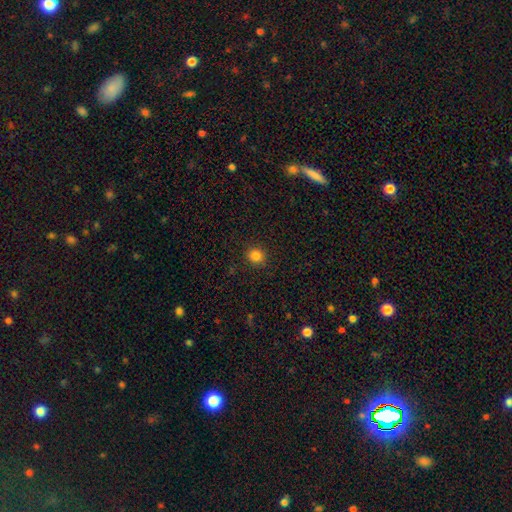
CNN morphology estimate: Smooth or featured: smooth — 84% (star or artifact — 12%)
How rounded: round — 86% (in between — 13%)
Merging: none — 91% (minor disturbance — 6%)